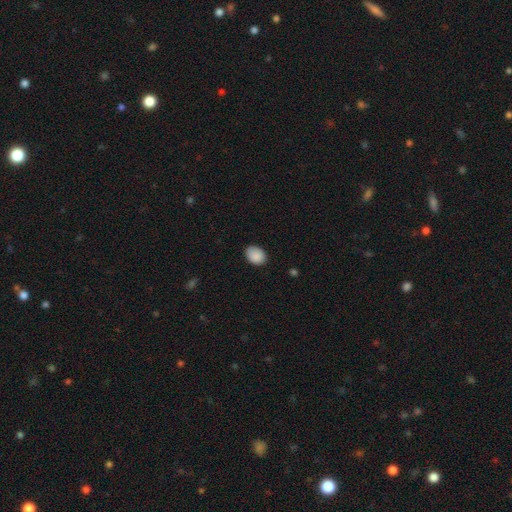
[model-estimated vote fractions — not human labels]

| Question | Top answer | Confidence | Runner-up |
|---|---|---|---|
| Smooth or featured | smooth | 89% | star or artifact (8%) |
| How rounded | in between | 65% | round (34%) |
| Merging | none | 82% | minor disturbance (14%) |